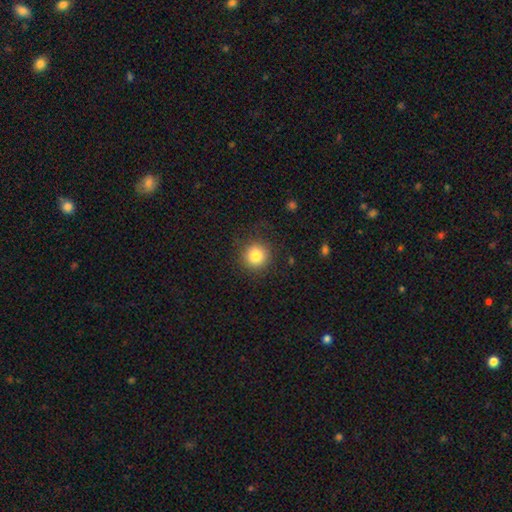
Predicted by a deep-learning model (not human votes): Morphology: type=smooth (83%); roundness=round (94%); merging=none (87%).